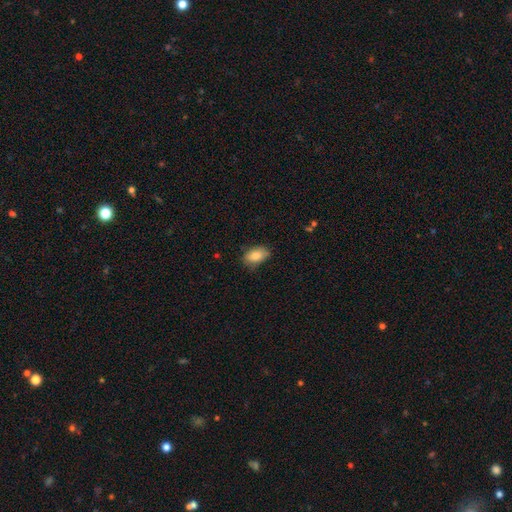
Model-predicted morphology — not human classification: smooth_or_featured: smooth (p=0.85) [alt: featured or disk p=0.08]
how_rounded: in between (p=0.89) [alt: round p=0.09]
merging: none (p=0.73) [alt: minor disturbance p=0.22]